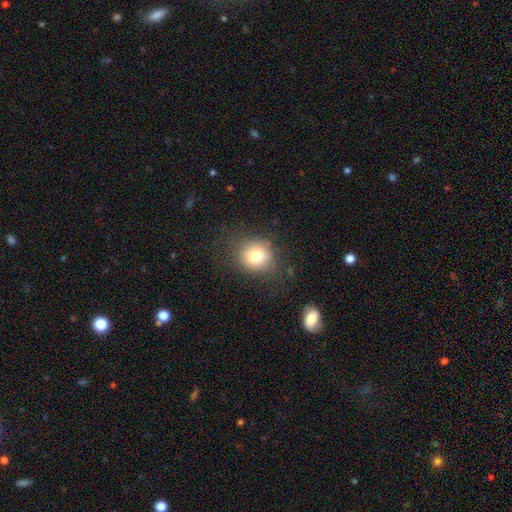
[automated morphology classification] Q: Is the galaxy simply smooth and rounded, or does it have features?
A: smooth — 76%.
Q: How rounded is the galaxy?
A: round — 85%.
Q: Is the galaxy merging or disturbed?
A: none — 79%.